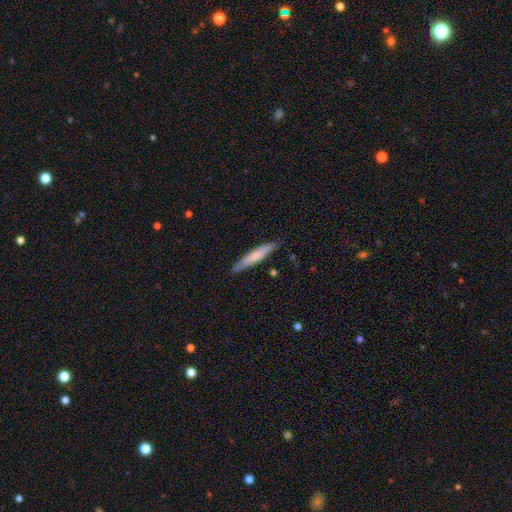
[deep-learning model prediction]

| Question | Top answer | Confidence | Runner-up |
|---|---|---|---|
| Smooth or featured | smooth | 69% | featured or disk (25%) |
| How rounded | cigar-shaped | 91% | in between (7%) |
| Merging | none | 85% | minor disturbance (12%) |